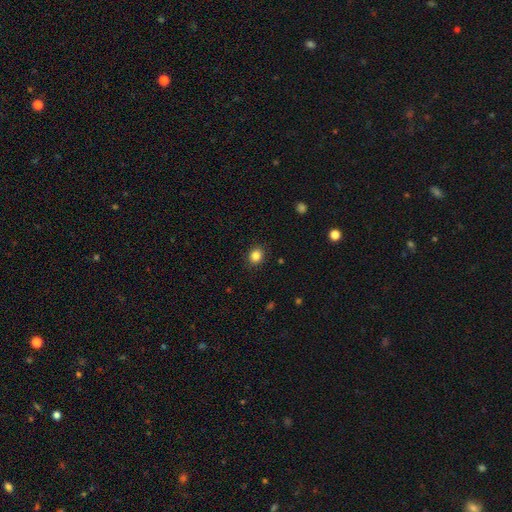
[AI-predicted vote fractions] Q: Smooth or featured?
A: smooth (84%); runner-up: star or artifact (11%)
Q: How rounded?
A: round (73%); runner-up: in between (26%)
Q: Merging?
A: none (90%); runner-up: minor disturbance (7%)